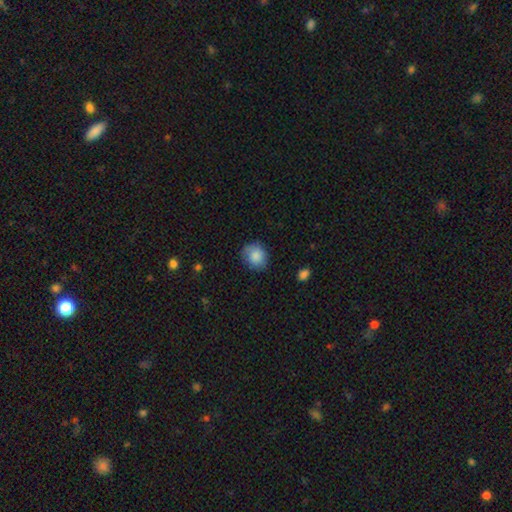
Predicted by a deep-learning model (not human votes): Q: Smooth or featured?
A: smooth (82%); runner-up: featured or disk (10%)
Q: How rounded?
A: round (70%); runner-up: in between (29%)
Q: Merging?
A: none (74%); runner-up: minor disturbance (20%)